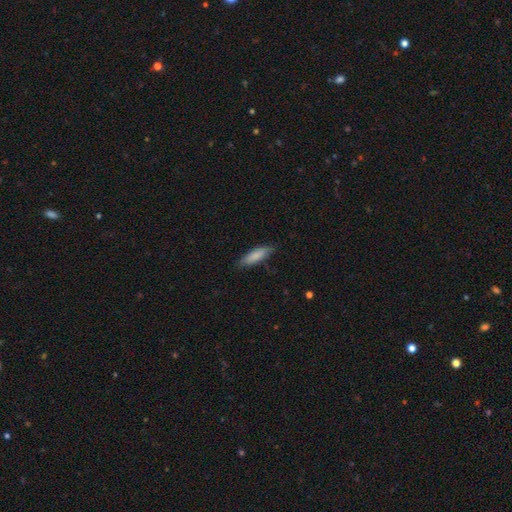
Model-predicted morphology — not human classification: Smooth or featured? smooth (83%)
How rounded? cigar-shaped (55%)
Merging? none (81%)